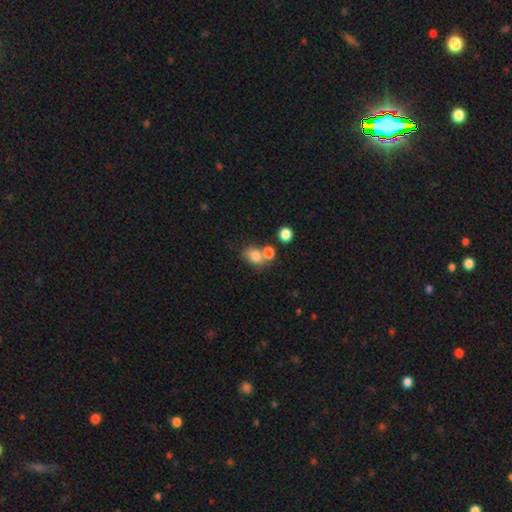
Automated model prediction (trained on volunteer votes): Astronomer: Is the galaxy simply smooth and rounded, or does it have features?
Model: smooth — 78%.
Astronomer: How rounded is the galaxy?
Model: in between — 55% (runner-up: round, 43%).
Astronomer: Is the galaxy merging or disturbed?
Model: none — 44% (runner-up: merger, 38%).